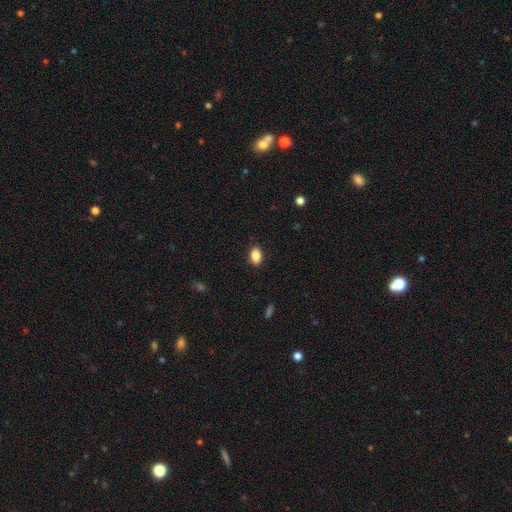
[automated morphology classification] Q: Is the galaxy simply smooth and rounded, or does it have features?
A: smooth — 87%.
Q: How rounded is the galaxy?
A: in between — 87%.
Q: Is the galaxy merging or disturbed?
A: none — 88%.